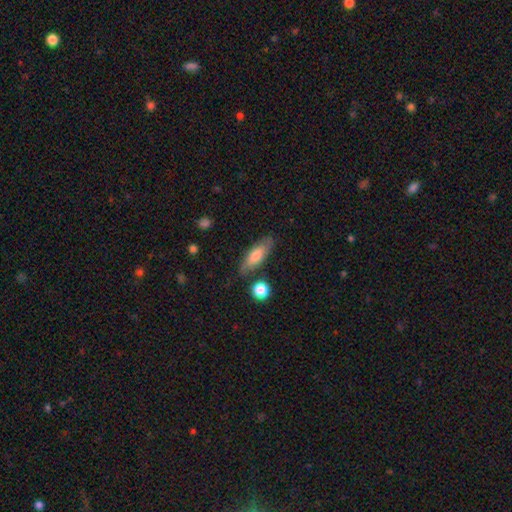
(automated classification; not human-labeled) smooth-or-featured: smooth: 68% | featured or disk: 26% | star or artifact: 7%
  how-rounded: in between: 62% | cigar-shaped: 36% | round: 3%
  merging: none: 77% | minor disturbance: 15% | merger: 4% | major disturbance: 4%